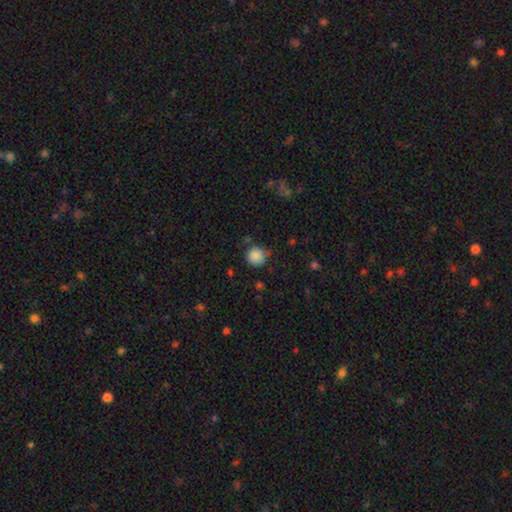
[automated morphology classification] This appears to be a smooth galaxy with no disk features (86%) that is round (92%). Merging: none (67%).